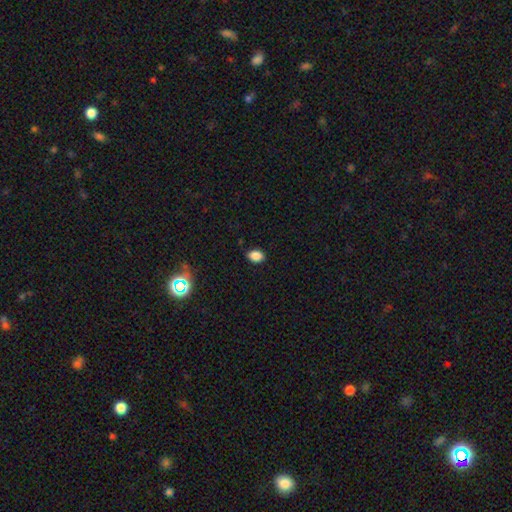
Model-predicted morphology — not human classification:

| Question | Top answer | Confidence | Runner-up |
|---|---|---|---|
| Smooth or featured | smooth | 86% | star or artifact (11%) |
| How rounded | in between | 79% | round (20%) |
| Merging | none | 86% | minor disturbance (10%) |